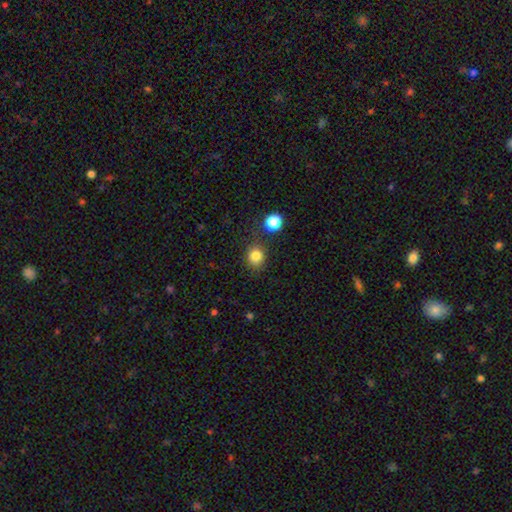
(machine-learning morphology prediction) A smooth galaxy with no disk features (83%) that is round (75%).

Vote fractions:
- Smooth or featured? smooth: 83% / star or artifact: 12% / featured or disk: 5%
- How rounded? round: 75% / in between: 24% / cigar-shaped: 1%
- Merging? none: 79% / minor disturbance: 12% / merger: 6% / major disturbance: 4%